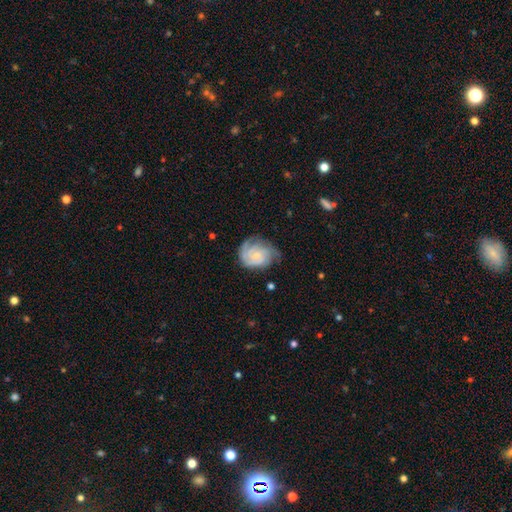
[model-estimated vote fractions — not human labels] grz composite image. It shows a featured or disk galaxy (77%) with no bar (64%), tight (63%) spiral arms (95%) and a small central bulge (62%). Merging: none (64%).